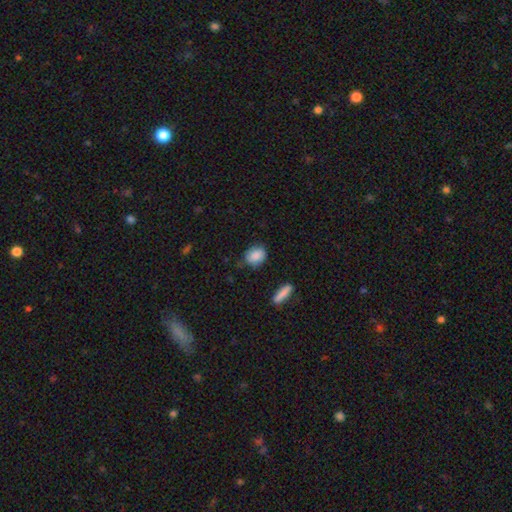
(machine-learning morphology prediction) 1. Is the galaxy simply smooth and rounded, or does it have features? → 86% smooth, 7% star or artifact, 7% featured or disk.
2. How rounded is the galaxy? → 53% in between, 44% round, 2% cigar-shaped.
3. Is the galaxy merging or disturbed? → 72% none, 21% minor disturbance, 4% major disturbance, 3% merger.